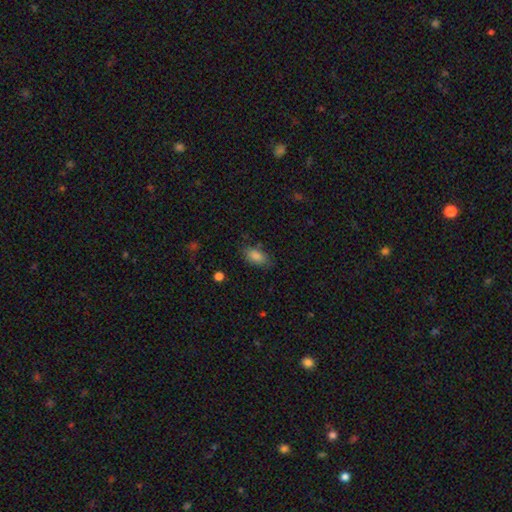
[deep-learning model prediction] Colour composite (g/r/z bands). It shows a smooth galaxy with no disk features (84%) that is in between round and cigar-shaped (90%). Merging: none (80%).